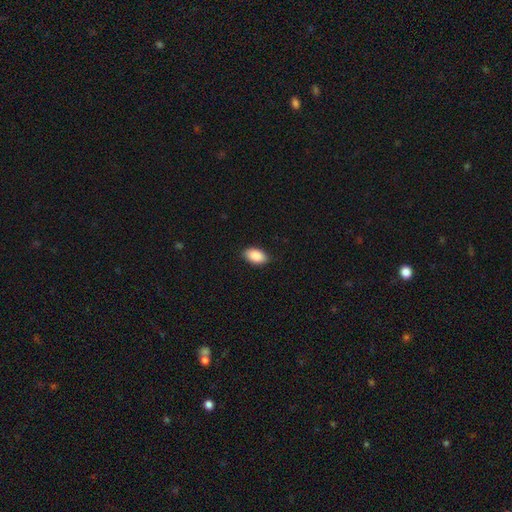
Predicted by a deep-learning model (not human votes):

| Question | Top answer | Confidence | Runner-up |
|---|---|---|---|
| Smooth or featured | smooth | 90% | star or artifact (7%) |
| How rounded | in between | 94% | round (5%) |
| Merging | none | 87% | minor disturbance (10%) |